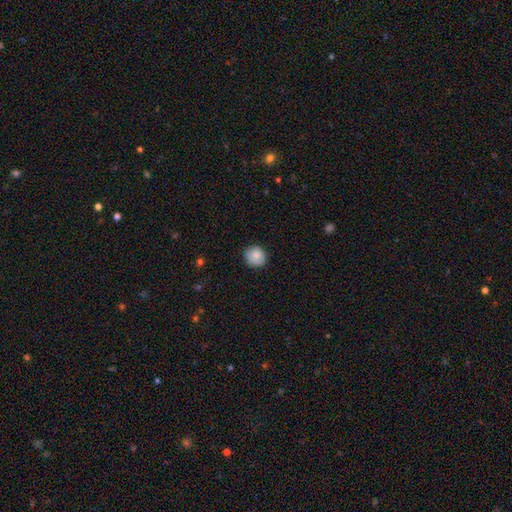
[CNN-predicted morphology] Smooth or featured? Predicted: smooth (p=0.84). How rounded? Predicted: round (p=0.88). Merging? Predicted: none (p=0.84).